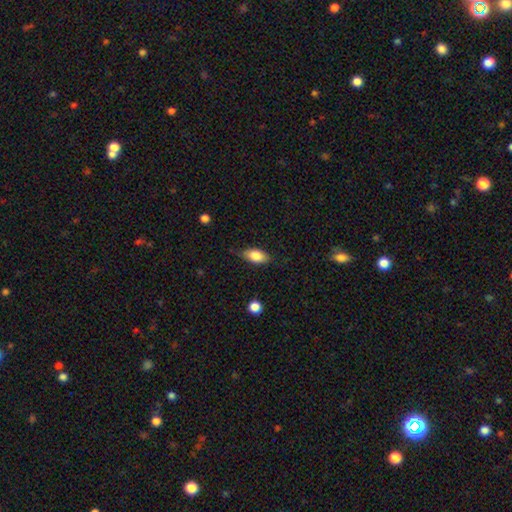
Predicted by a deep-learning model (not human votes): The model was most divided on "merging": none: 74%, minor disturbance: 20%, major disturbance: 4%, merger: 1%. More confident: how rounded — in between (87%); smooth or featured — smooth (81%).